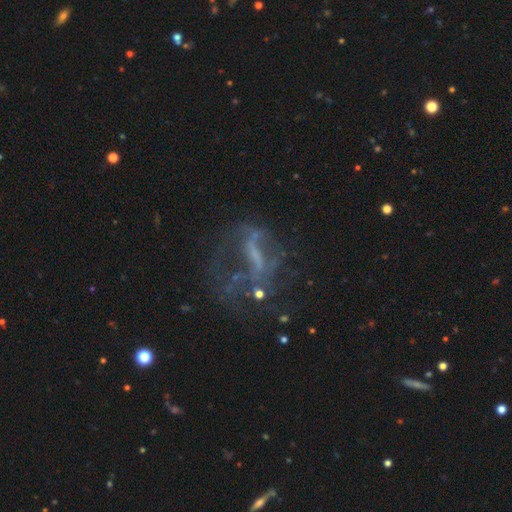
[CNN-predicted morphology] type=featured or disk (58%); edge-on=no (90%); bar=no (46%); spiral arms=no (69%); bulge=none (58%); merging=none (40%).